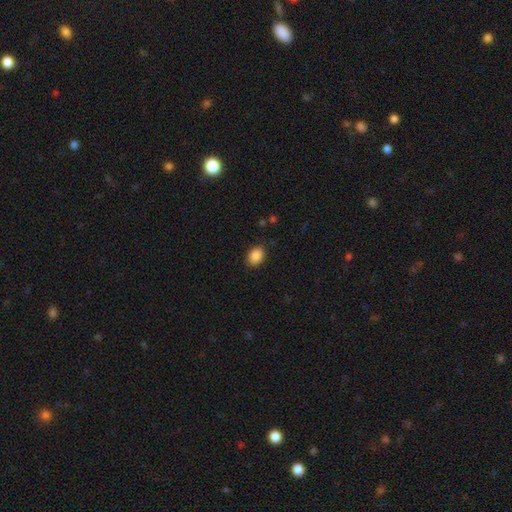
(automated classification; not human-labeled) Q: Smooth or featured?
A: smooth (89%); runner-up: star or artifact (8%)
Q: How rounded?
A: in between (70%); runner-up: round (29%)
Q: Merging?
A: none (87%); runner-up: minor disturbance (9%)